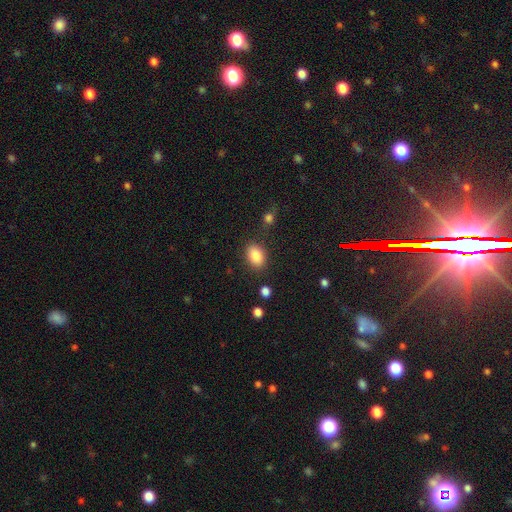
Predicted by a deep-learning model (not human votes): smooth-or-featured: smooth: 86% | star or artifact: 8% | featured or disk: 6%
  how-rounded: in between: 79% | round: 20% | cigar-shaped: 1%
  merging: none: 82% | minor disturbance: 11% | major disturbance: 4% | merger: 3%